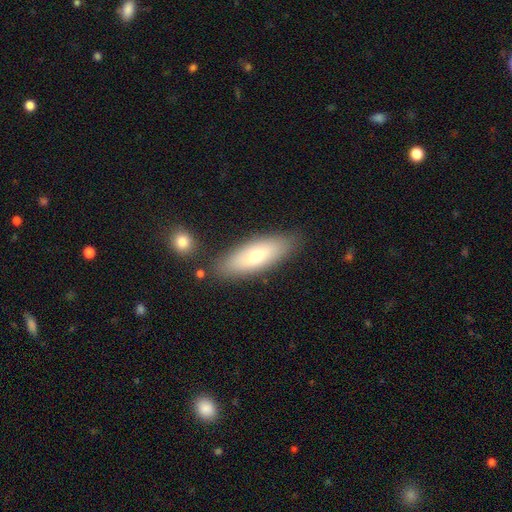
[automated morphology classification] type=smooth (64%); roundness=in between (61%); merging=none (81%).